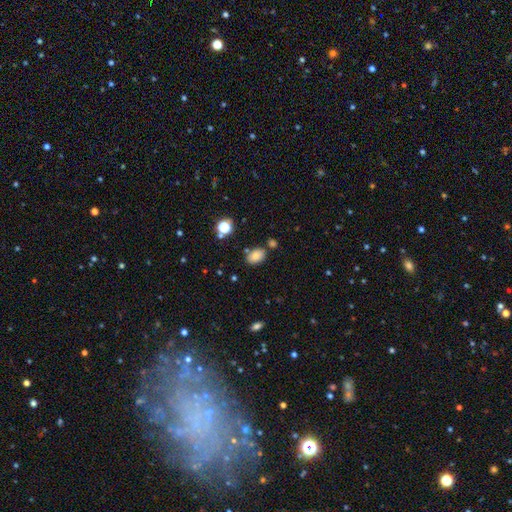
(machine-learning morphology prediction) smooth 80%, star or artifact 12%, featured or disk 8%. Down the decision tree: how rounded — in between (84%); merging — none (74%).